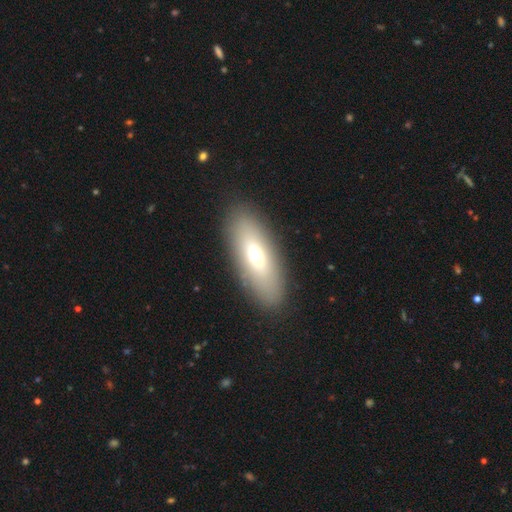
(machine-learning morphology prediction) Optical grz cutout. It shows a smooth galaxy with no disk features (63%) that is in between round and cigar-shaped (73%). Merging: none (87%).